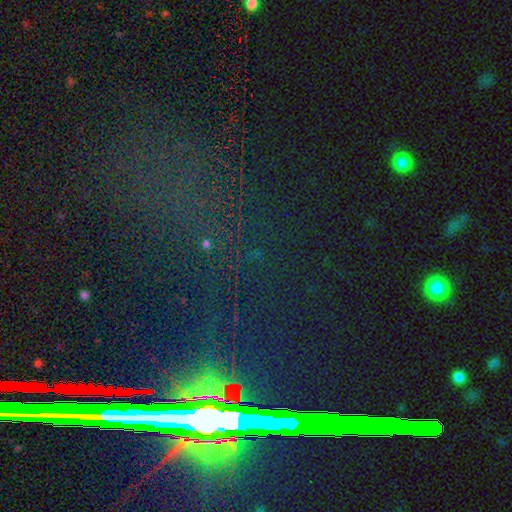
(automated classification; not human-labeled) A star or artifact, not a galaxy (80%).

Vote fractions:
- Smooth or featured? star or artifact: 80% / smooth: 11% / featured or disk: 9%